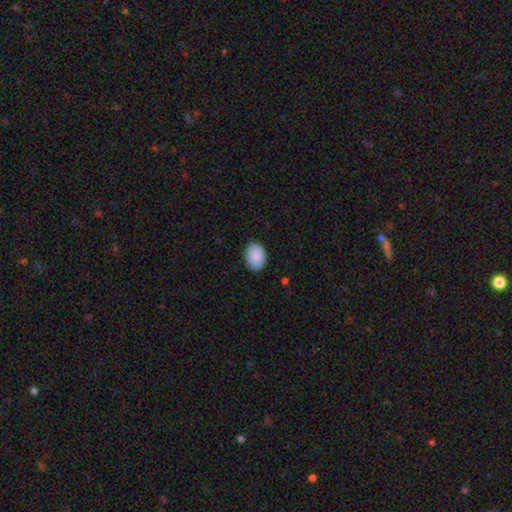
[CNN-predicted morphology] Overall: smooth (90%). How rounded: in between (77%). Merging: none (88%).